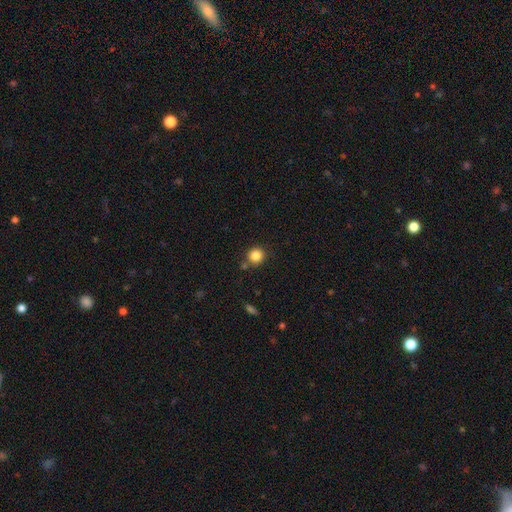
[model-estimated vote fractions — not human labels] The model was most divided on "merging": none: 80%, minor disturbance: 9%, merger: 8%, major disturbance: 3%. More confident: how rounded — round (92%); smooth or featured — smooth (85%).